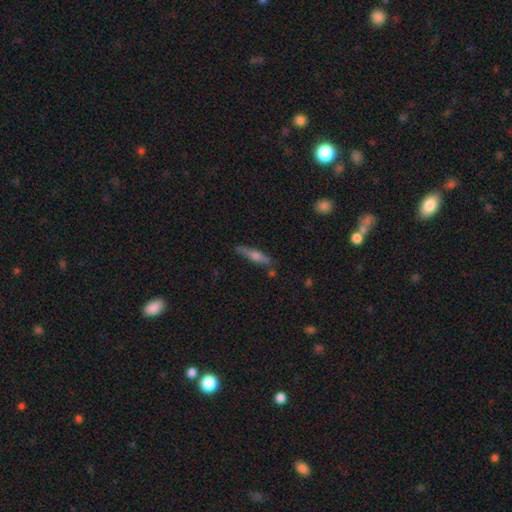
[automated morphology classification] smooth-or-featured: featured or disk: 55% | smooth: 38% | star or artifact: 7%
  disk-edge-on: yes: 94% | no: 6%
    edge-on-bulge: rounded: 81% | boxy: 11% | none: 8%
  merging: none: 79% | minor disturbance: 14% | merger: 4% | major disturbance: 3%